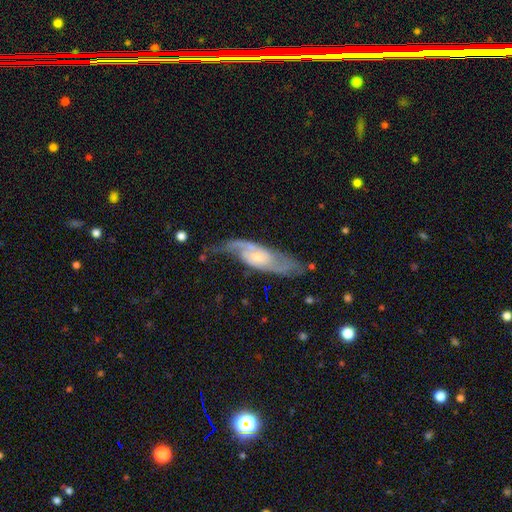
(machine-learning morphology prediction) This is clearly a featured or disk galaxy (82%). It is clearly not viewed edge-on (85%). Bar: possibly no (58%). Spiral arm pattern: clearly yes (94%). Spiral arm count: likely 2 (79%). Spiral winding: marginally medium (44%). Central bulge: possibly small (54%). Merging: likely none (66%).